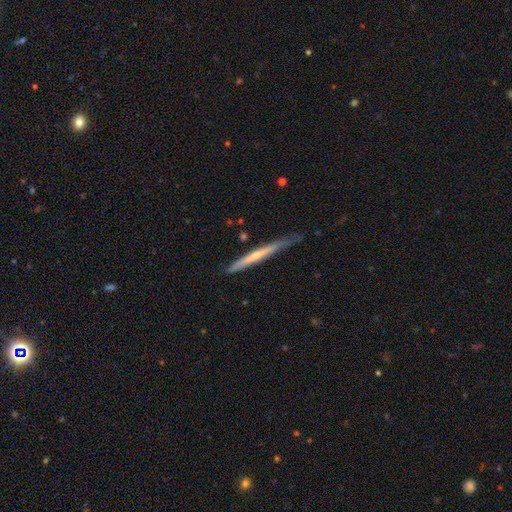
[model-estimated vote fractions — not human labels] Smooth or featured?
  - featured or disk: 54% *
  - smooth: 41%
  - star or artifact: 5%
Edge-on disk?
  - yes: 95% *
  - no: 5%
Edge-on bulge?
  - none: 63% *
  - rounded: 32%
  - boxy: 5%
Merging?
  - none: 70% *
  - minor disturbance: 24%
  - major disturbance: 4%
  - merger: 2%